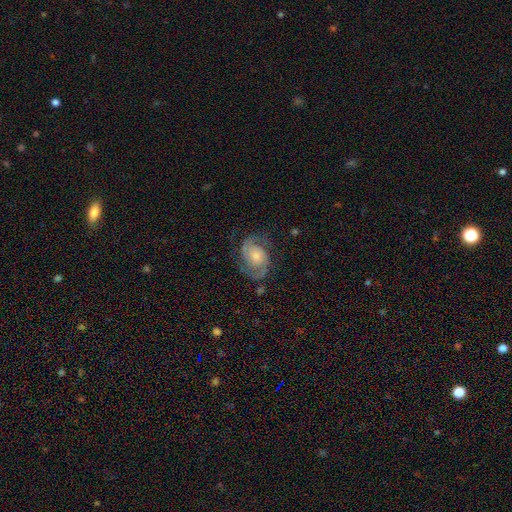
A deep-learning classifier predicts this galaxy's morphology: featured or disk 86%, smooth 8%, star or artifact 6%. Down the decision tree: edge-on disk — no (98%); bar — no (69%); spiral arms — yes (97%); spiral arm count — 2 (91%); spiral winding — medium (49%); bulge size — moderate (44%); merging — none (75%).